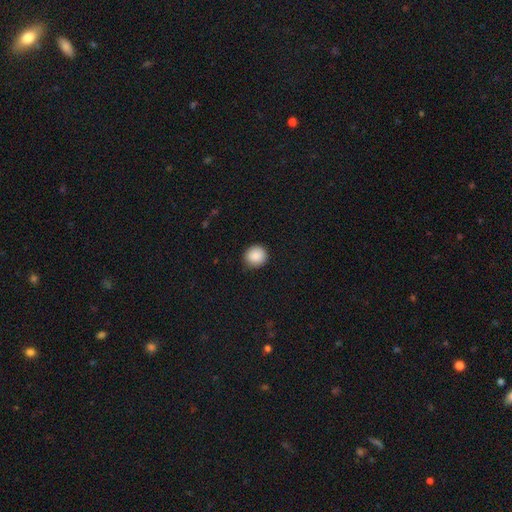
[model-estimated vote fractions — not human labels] Smooth or featured? smooth (88%)
How rounded? round (92%)
Merging? none (89%)